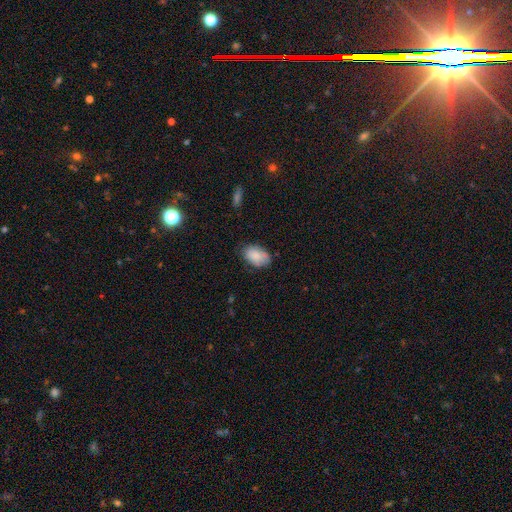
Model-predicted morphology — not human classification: Smooth or featured: smooth — 85% (featured or disk — 8%)
How rounded: in between — 89% (round — 10%)
Merging: none — 70% (minor disturbance — 24%)